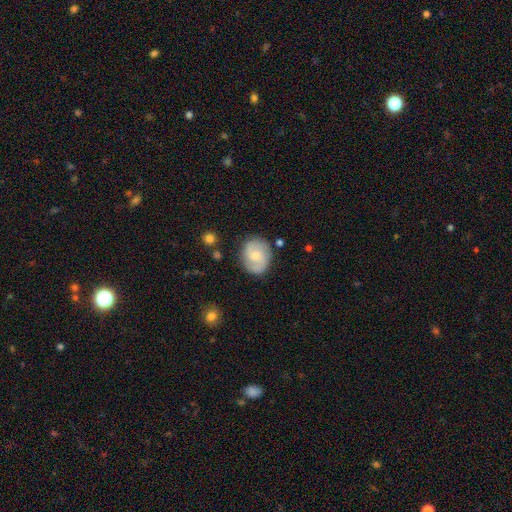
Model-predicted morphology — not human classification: The model was most divided on "spiral winding": medium: 48%, tight: 32%, loose: 20%. More confident: edge-on disk — no (98%); spiral arms — yes (91%); spiral arm count — 2 (83%); merging — none (79%); smooth or featured — featured or disk (65%); bulge size — small (59%); bar — no (59%).